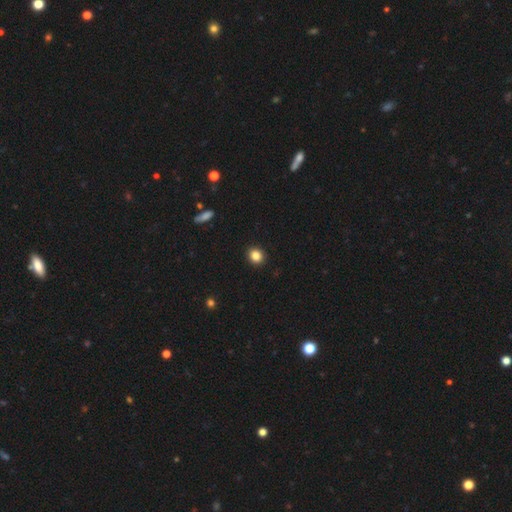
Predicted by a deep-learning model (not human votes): The model was most divided on "how rounded": round: 79%, in between: 20%, cigar-shaped: 1%. More confident: merging — none (92%); smooth or featured — smooth (85%).